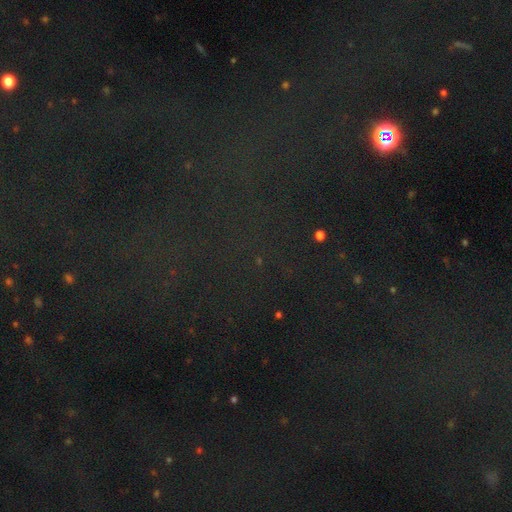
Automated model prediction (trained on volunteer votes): This appears to be a star or artifact, not a galaxy (79%).